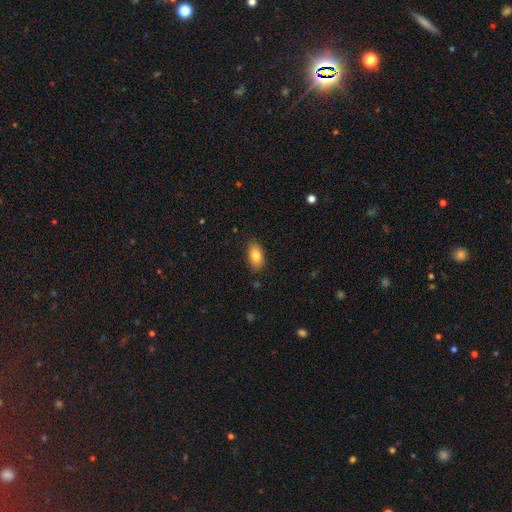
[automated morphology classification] Q: Smooth or featured?
A: smooth (82%); runner-up: featured or disk (11%)
Q: How rounded?
A: in between (92%); runner-up: round (5%)
Q: Merging?
A: none (86%); runner-up: minor disturbance (11%)